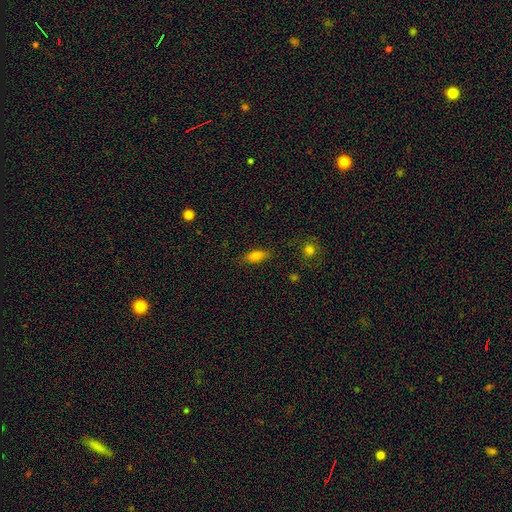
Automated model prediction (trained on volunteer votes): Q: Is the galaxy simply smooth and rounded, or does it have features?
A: smooth — 78%.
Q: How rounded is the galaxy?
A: in between — 79%.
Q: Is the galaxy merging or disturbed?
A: none — 81%.